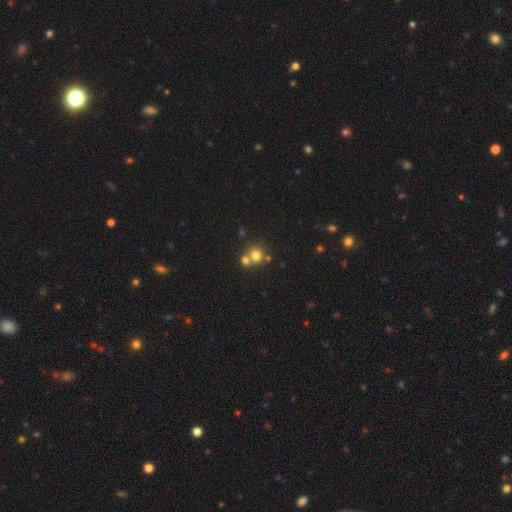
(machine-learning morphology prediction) Smooth or featured? smooth (74%)
How rounded? round (86%)
Merging? none (48%)